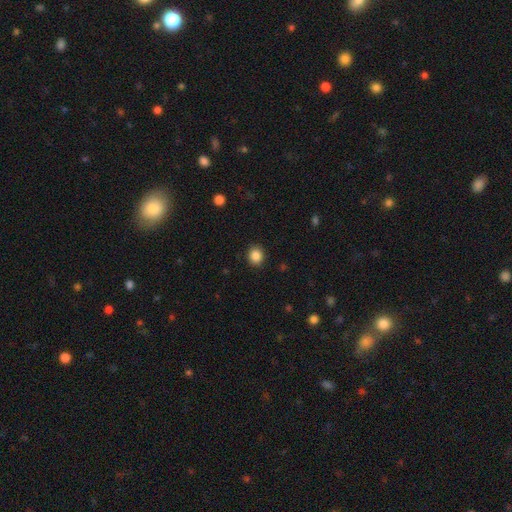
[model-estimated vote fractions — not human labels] This appears to be a smooth galaxy with no disk features (87%) that is round (80%). Merging: none (91%).